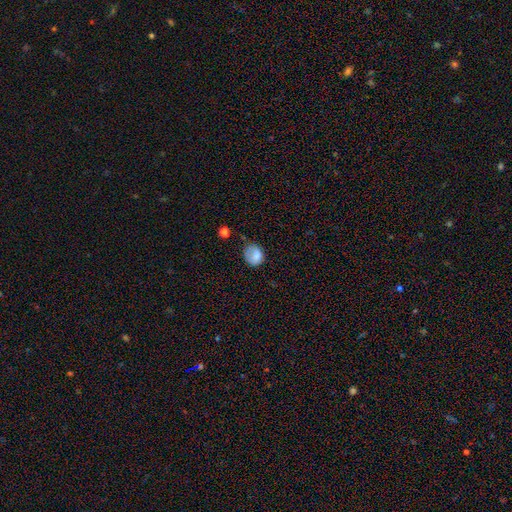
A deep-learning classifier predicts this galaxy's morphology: Smooth or featured? Predicted: smooth (p=0.78). How rounded? Predicted: round (p=0.53). Merging? Predicted: none (p=0.44).